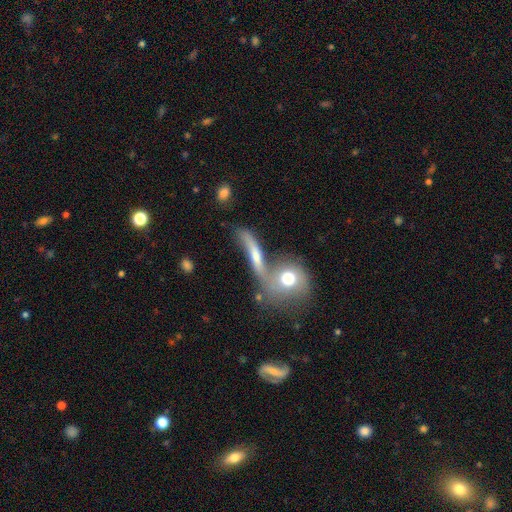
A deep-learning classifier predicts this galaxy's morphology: featured or disk 51%, smooth 39%, star or artifact 10%. Down the decision tree: edge-on disk — no (53%); merging — merger (38%).